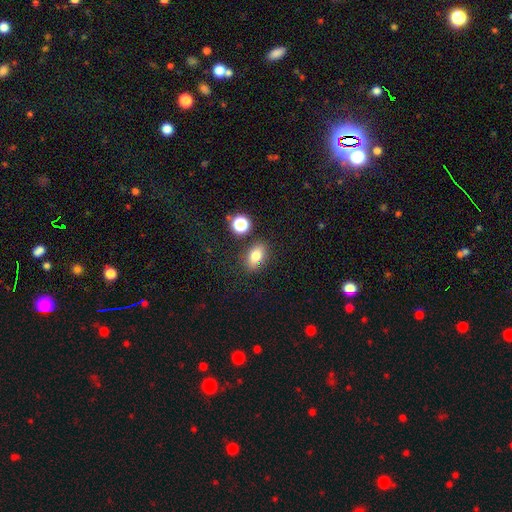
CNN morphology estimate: Smooth or featured?
  - smooth: 77% *
  - star or artifact: 12%
  - featured or disk: 11%
How rounded?
  - in between: 77% *
  - round: 19%
  - cigar-shaped: 4%
Merging?
  - none: 79% *
  - minor disturbance: 12%
  - merger: 6%
  - major disturbance: 3%